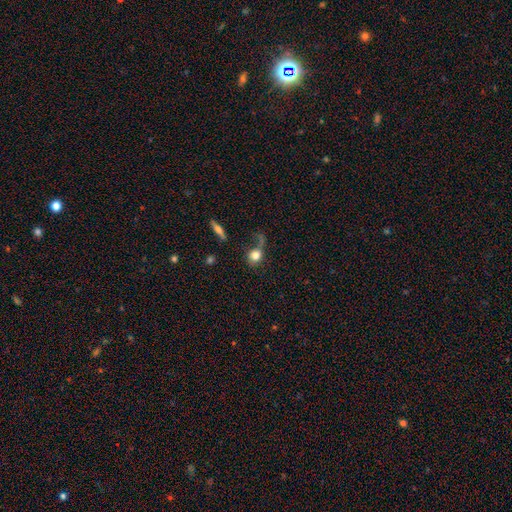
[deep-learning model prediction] This appears to be a smooth galaxy with no disk features (73%) that is round (80%). Merging: none (41%).